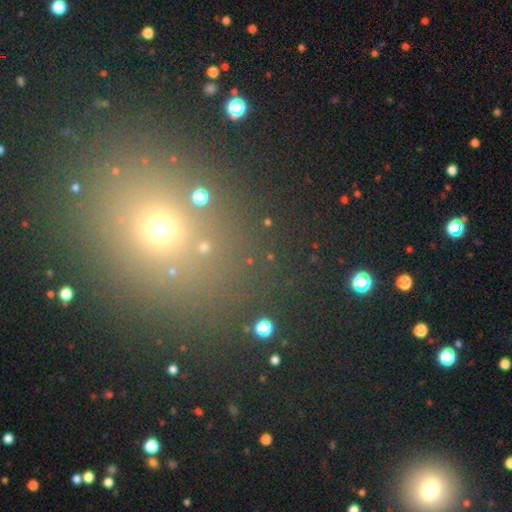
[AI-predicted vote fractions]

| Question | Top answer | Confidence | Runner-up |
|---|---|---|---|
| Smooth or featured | smooth | 49% | star or artifact (43%) |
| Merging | none | 83% | minor disturbance (8%) |